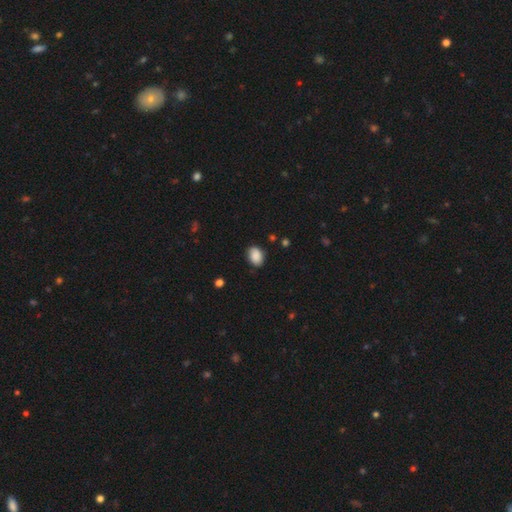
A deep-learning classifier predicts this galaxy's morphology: A smooth galaxy with no disk features (88%) that is in between round and cigar-shaped (78%). Merging: none (81%).